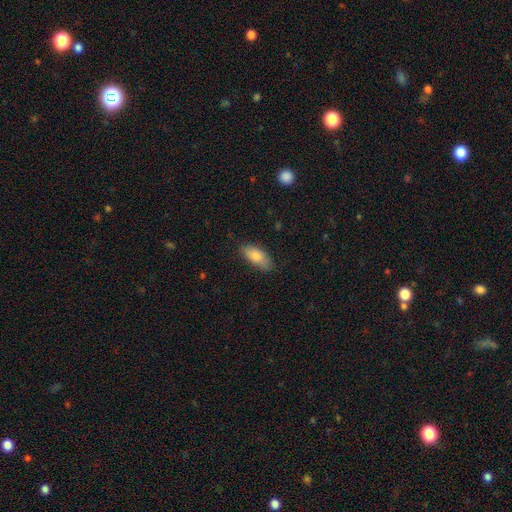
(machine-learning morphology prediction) A smooth galaxy with no disk features (81%) that is in between round and cigar-shaped (86%).

Vote fractions:
- Smooth or featured? smooth: 81% / featured or disk: 13% / star or artifact: 7%
- How rounded? in between: 86% / cigar-shaped: 12% / round: 3%
- Merging? none: 78% / minor disturbance: 18% / major disturbance: 3% / merger: 1%